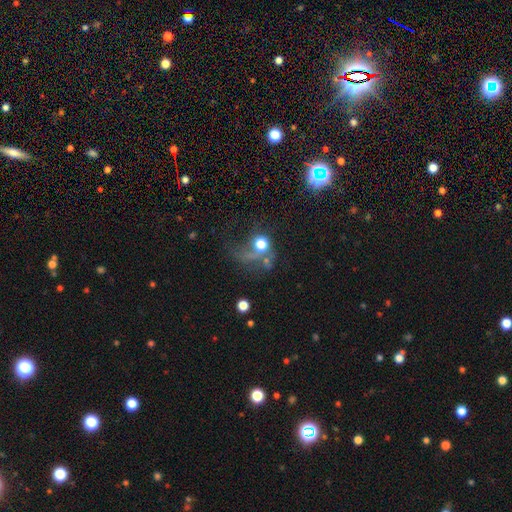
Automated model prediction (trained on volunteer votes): A smooth galaxy with no disk features (38%).

Vote fractions:
- Smooth or featured? smooth: 38% / star or artifact: 31% / featured or disk: 31%
- Merging? major disturbance: 43% / none: 30% / merger: 14% / minor disturbance: 14%